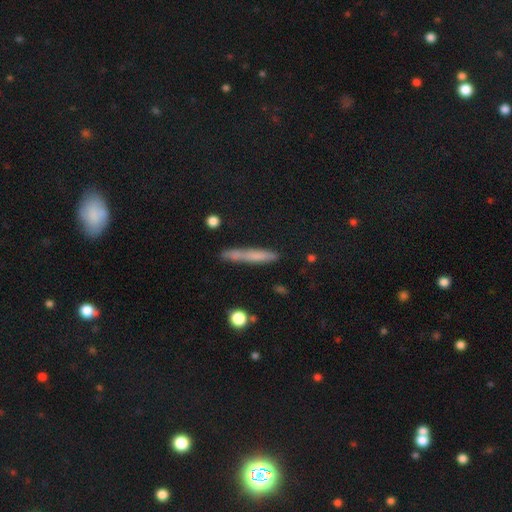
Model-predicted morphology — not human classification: A smooth galaxy with no disk features (68%) that is cigar-shaped (92%).

Vote fractions:
- Smooth or featured? smooth: 68% / featured or disk: 24% / star or artifact: 8%
- How rounded? cigar-shaped: 92% / in between: 6% / round: 2%
- Merging? none: 68% / minor disturbance: 19% / merger: 7% / major disturbance: 5%